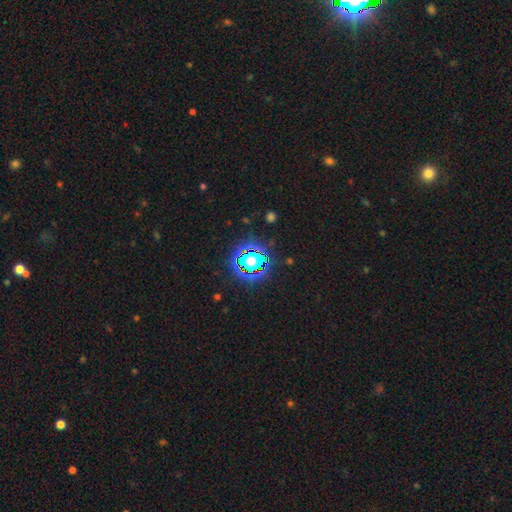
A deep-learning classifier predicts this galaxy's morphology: A star or artifact, not a galaxy (67%).

Vote fractions:
- Smooth or featured? star or artifact: 67% / smooth: 22% / featured or disk: 10%